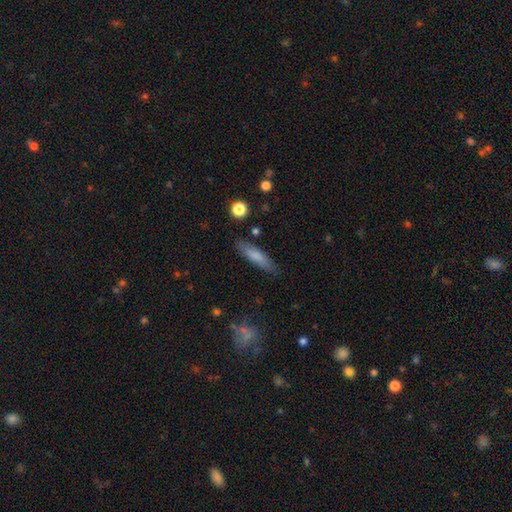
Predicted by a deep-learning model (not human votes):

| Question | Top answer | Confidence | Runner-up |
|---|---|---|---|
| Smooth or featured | smooth | 74% | featured or disk (19%) |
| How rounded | cigar-shaped | 76% | in between (22%) |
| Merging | none | 84% | minor disturbance (11%) |